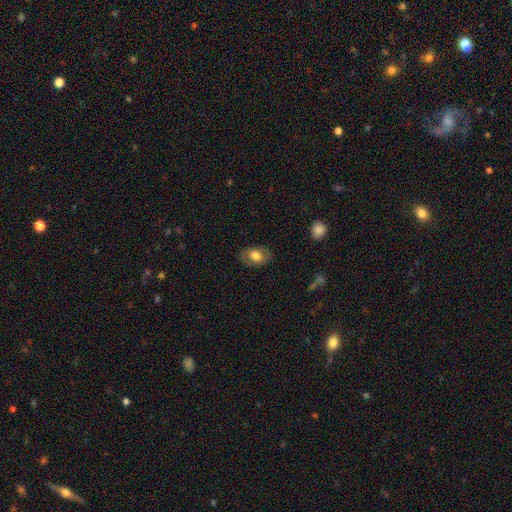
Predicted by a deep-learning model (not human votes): Smooth or featured? Predicted: smooth (p=0.67). How rounded? Predicted: in between (p=0.80). Merging? Predicted: none (p=0.81).